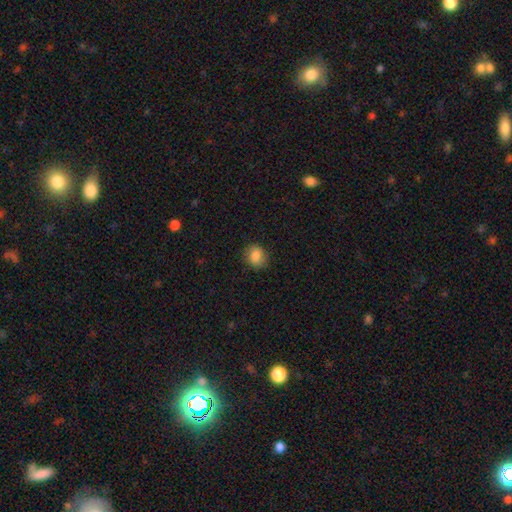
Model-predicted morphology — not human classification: Q: Smooth or featured?
A: smooth (85%); runner-up: star or artifact (9%)
Q: How rounded?
A: round (59%); runner-up: in between (40%)
Q: Merging?
A: none (84%); runner-up: minor disturbance (12%)